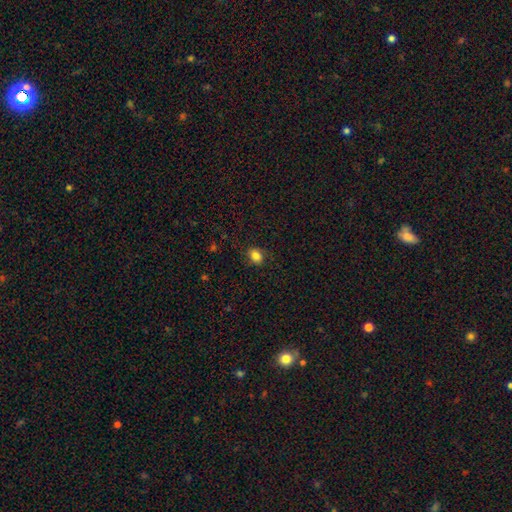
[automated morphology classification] This appears to be a smooth galaxy with no disk features (83%) that is in between round and cigar-shaped (59%). Merging: none (81%).